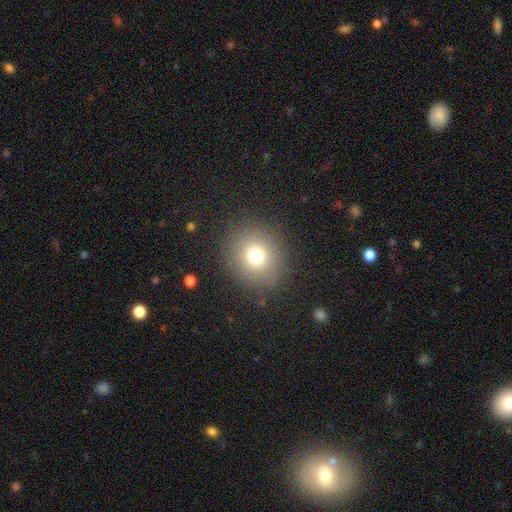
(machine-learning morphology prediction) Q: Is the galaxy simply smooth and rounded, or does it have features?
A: smooth — 73%.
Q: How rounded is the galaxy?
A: round — 83%.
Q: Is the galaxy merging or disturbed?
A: none — 87%.